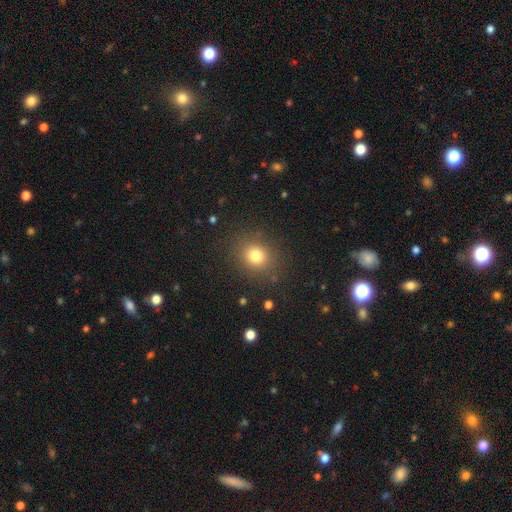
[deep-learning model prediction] Overall: smooth (78%). How rounded: round (75%). Merging: none (86%).